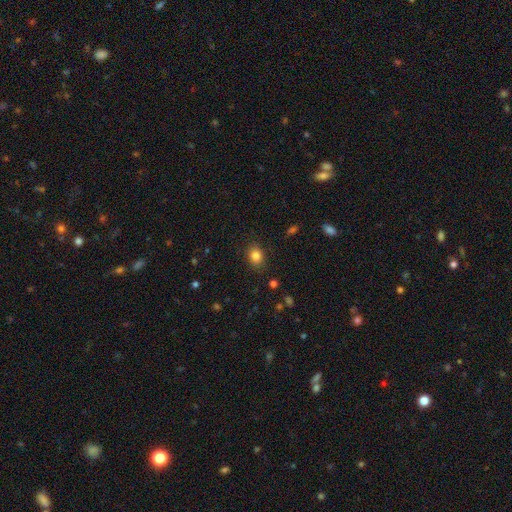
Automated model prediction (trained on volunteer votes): Smooth or featured? Predicted: smooth (p=0.83). How rounded? Predicted: in between (p=0.52). Merging? Predicted: none (p=0.86).